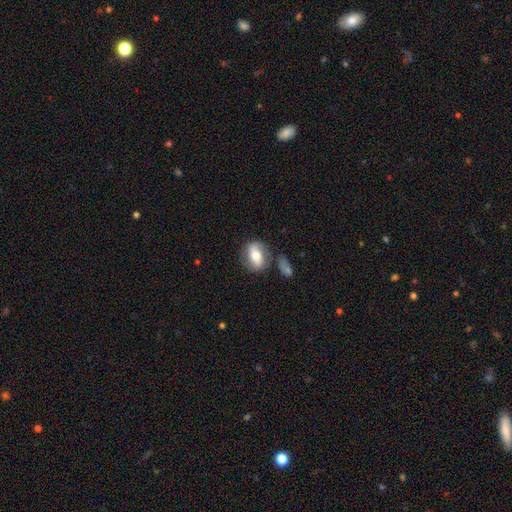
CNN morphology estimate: Smooth or featured? Predicted: smooth (p=0.51). How rounded? Predicted: in between (p=0.66). Merging? Predicted: none (p=0.67).